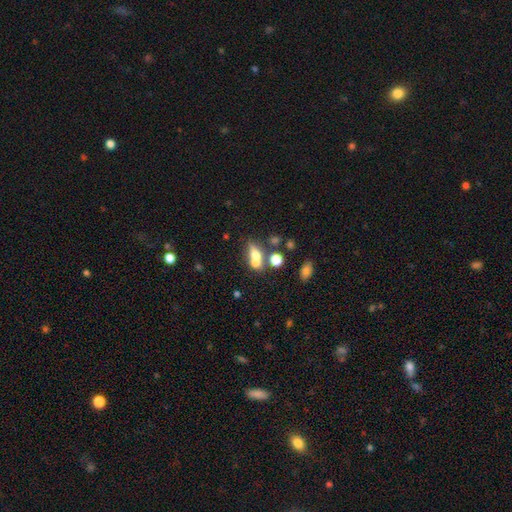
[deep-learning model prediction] A smooth galaxy with no disk features (59%) that is in between round and cigar-shaped (59%).

Vote fractions:
- Smooth or featured? smooth: 59% / featured or disk: 27% / star or artifact: 14%
- How rounded? in between: 59% / round: 26% / cigar-shaped: 15%
- Merging? merger: 49% / none: 34% / minor disturbance: 10% / major disturbance: 7%